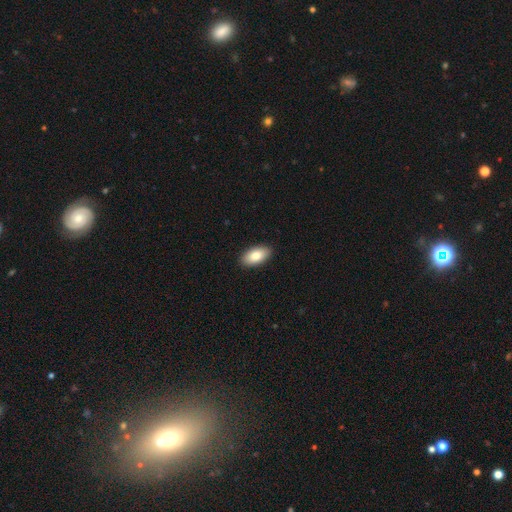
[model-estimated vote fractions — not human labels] This appears to be a smooth galaxy with no disk features (84%) that is in between round and cigar-shaped (94%). Merging: none (91%).